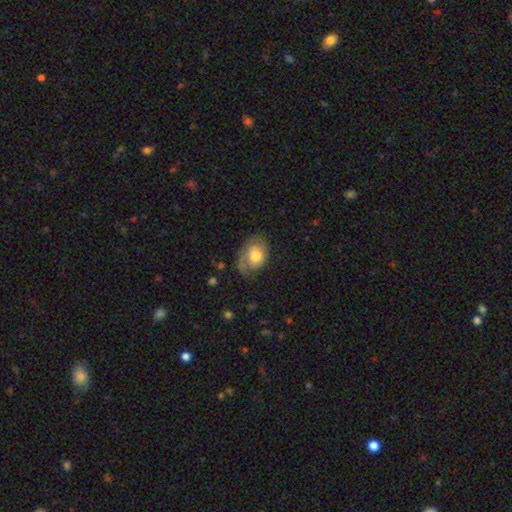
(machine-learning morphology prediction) type=smooth (63%); roundness=in between (75%); merging=none (52%).